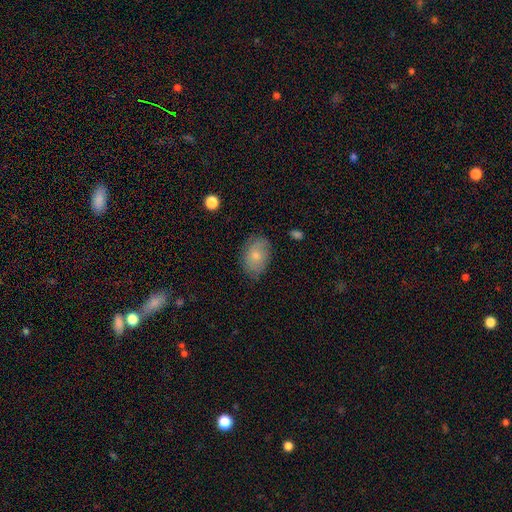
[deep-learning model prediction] A smooth galaxy with no disk features (73%) that is in between round and cigar-shaped (84%). Merging: none (76%).